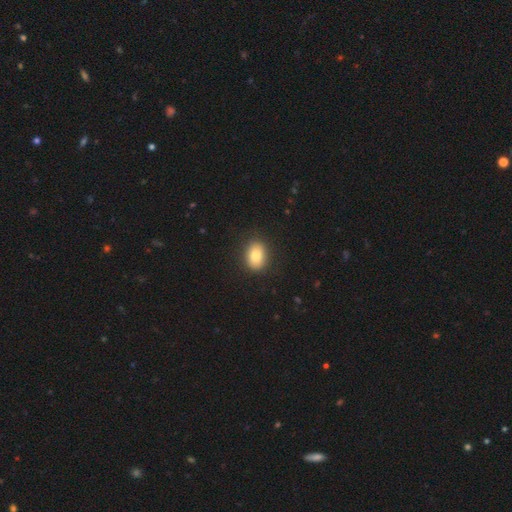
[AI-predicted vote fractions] Overall: smooth (84%). How rounded: in between (75%). Merging: none (87%).